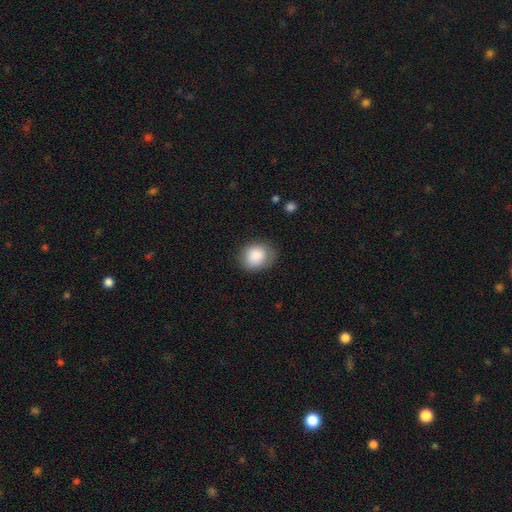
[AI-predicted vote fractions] smooth-or-featured: smooth: 86% | star or artifact: 7% | featured or disk: 6%
  how-rounded: round: 58% | in between: 41% | cigar-shaped: 1%
  merging: none: 75% | minor disturbance: 18% | major disturbance: 5% | merger: 1%